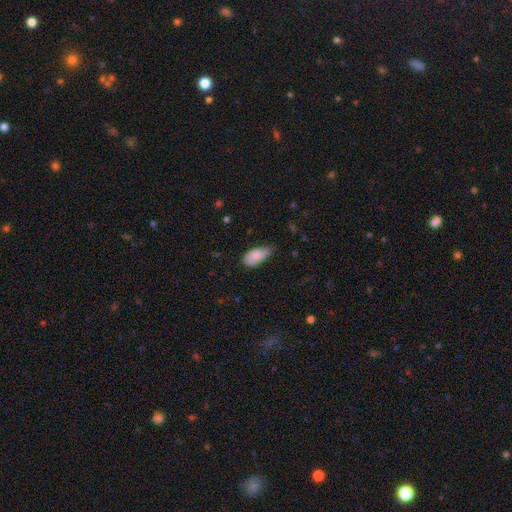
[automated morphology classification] Smooth or featured? Predicted: smooth (p=0.84). How rounded? Predicted: in between (p=0.93). Merging? Predicted: none (p=0.48).